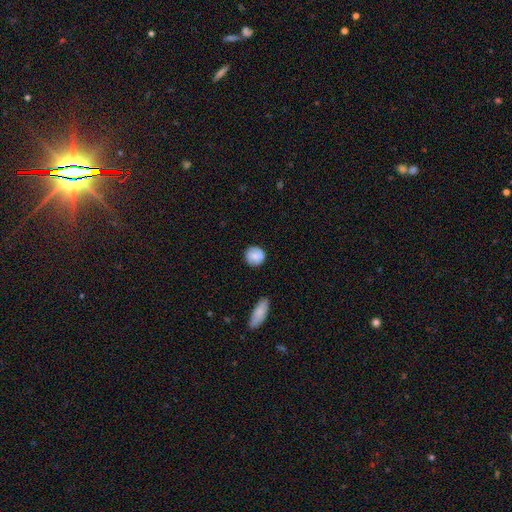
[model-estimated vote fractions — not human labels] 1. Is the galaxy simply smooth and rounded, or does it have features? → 72% smooth, 21% featured or disk, 7% star or artifact.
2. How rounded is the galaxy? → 87% round, 12% in between, 1% cigar-shaped.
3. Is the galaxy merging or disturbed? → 82% none, 13% minor disturbance, 3% major disturbance, 2% merger.